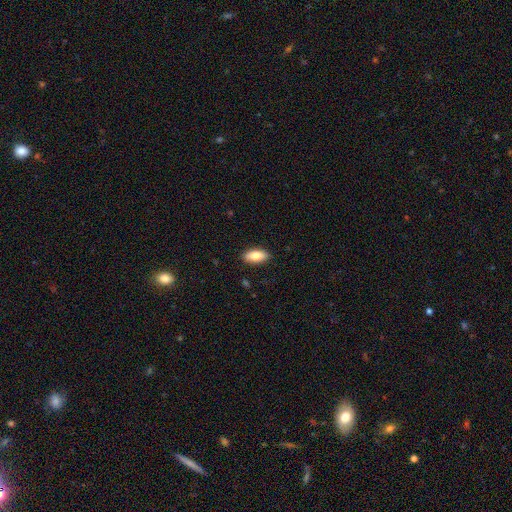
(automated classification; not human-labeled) This appears to be a smooth galaxy with no disk features (80%) that is in between round and cigar-shaped (86%). Merging: none (89%).